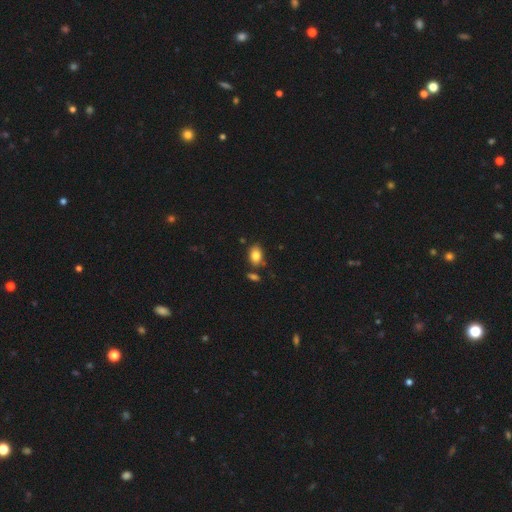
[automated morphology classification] A smooth galaxy with no disk features (83%) that is in between round and cigar-shaped (79%). Merging: none (71%).